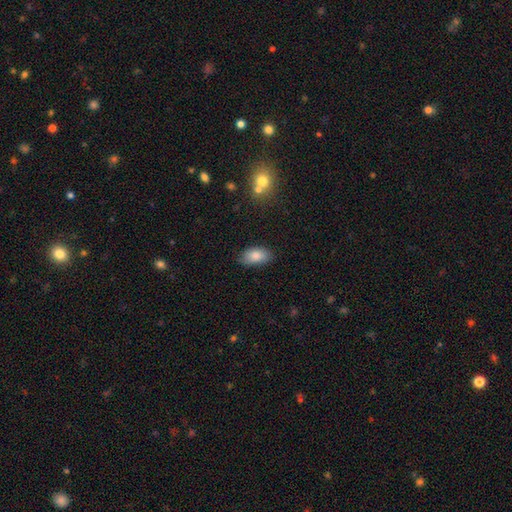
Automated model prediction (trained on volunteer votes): Morphology: type=smooth (84%); roundness=in between (93%); merging=none (80%).